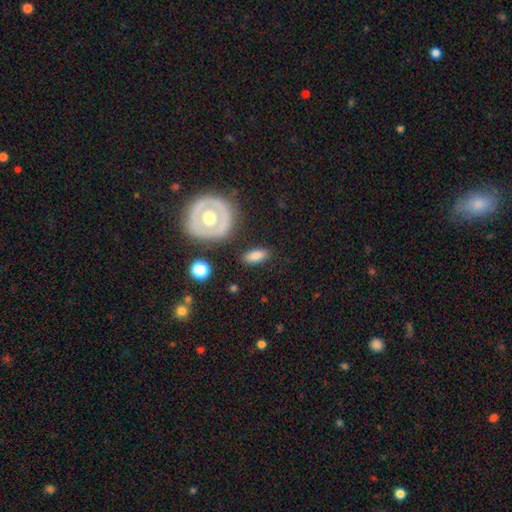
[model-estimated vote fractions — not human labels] Smooth or featured? smooth (76%)
How rounded? in between (79%)
Merging? none (83%)